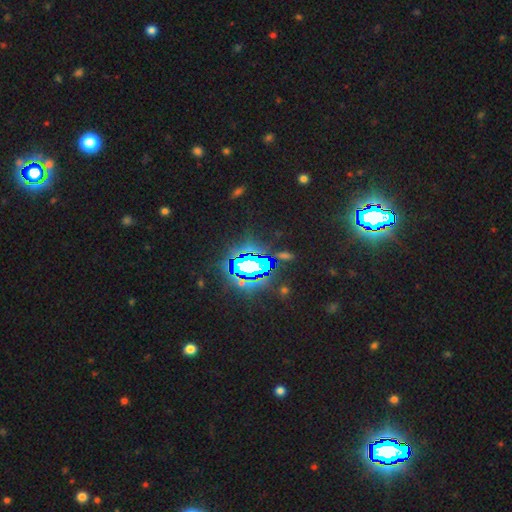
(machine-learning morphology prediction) smooth-or-featured: star or artifact: 77% | smooth: 13% | featured or disk: 10%